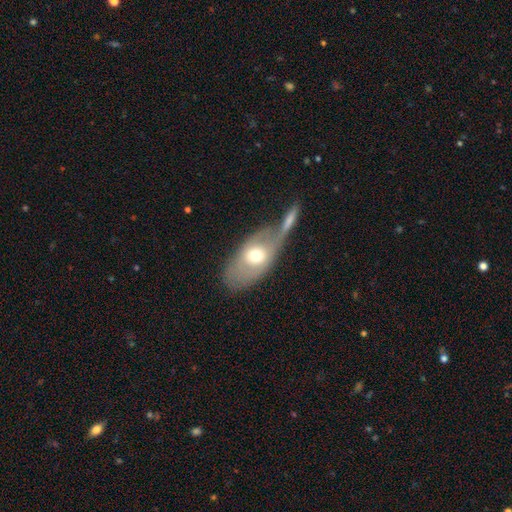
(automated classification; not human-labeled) A smooth galaxy with no disk features (57%) that is in between round and cigar-shaped (85%).

Vote fractions:
- Smooth or featured? smooth: 57% / featured or disk: 36% / star or artifact: 7%
- How rounded? in between: 85% / round: 9% / cigar-shaped: 6%
- Merging? none: 40% / merger: 37% / minor disturbance: 14% / major disturbance: 9%